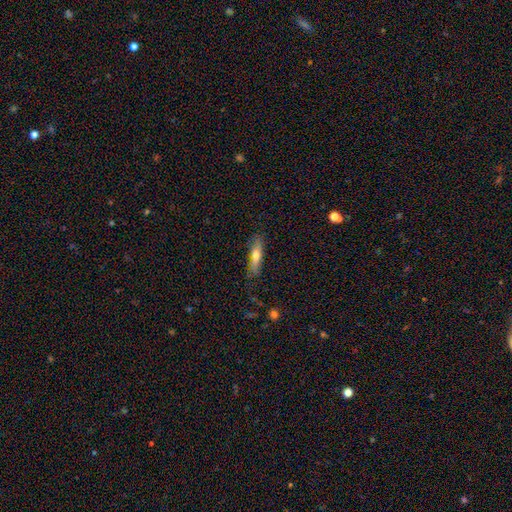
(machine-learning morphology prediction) Smooth or featured? smooth (62%)
How rounded? cigar-shaped (69%)
Merging? none (81%)